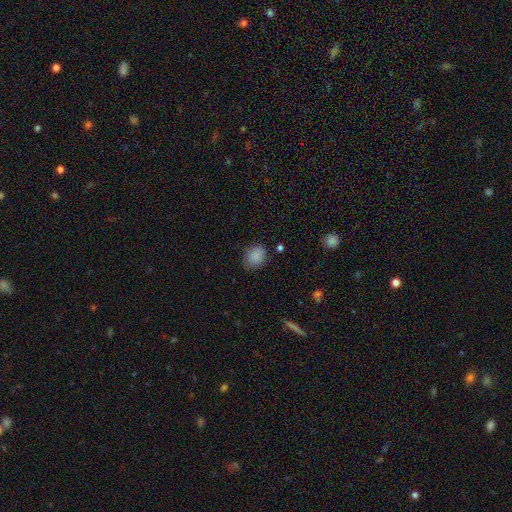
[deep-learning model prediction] This appears to be a smooth galaxy with no disk features (87%) that is round (55%). Merging: none (80%).